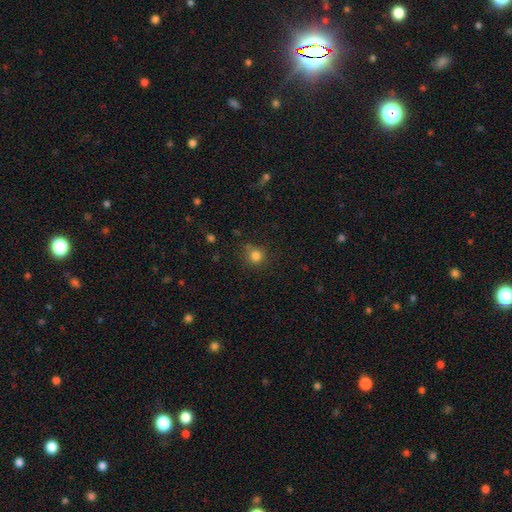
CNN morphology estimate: Smooth or featured: smooth — 81% (star or artifact — 13%)
How rounded: round — 91% (in between — 8%)
Merging: none — 77% (minor disturbance — 14%)